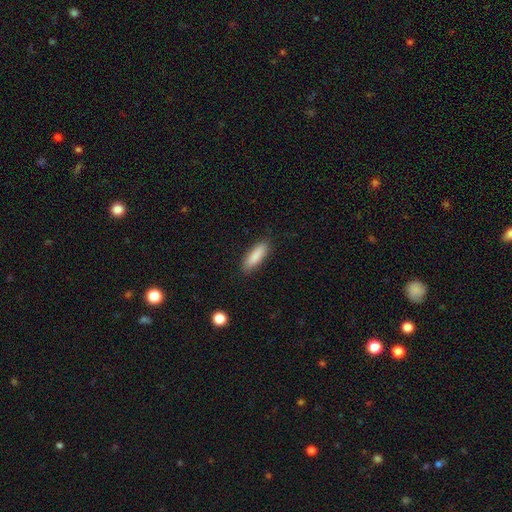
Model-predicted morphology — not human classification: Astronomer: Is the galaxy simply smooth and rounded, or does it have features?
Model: smooth — 87%.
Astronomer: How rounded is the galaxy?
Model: cigar-shaped — 51% (runner-up: in between, 47%).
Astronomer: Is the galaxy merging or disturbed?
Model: none — 86%.